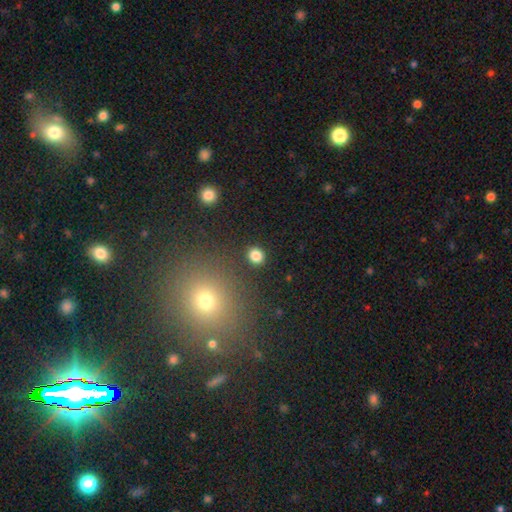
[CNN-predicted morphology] The model was most divided on "how rounded": round: 78%, in between: 21%, cigar-shaped: 1%. More confident: merging — none (90%); smooth or featured — smooth (83%).